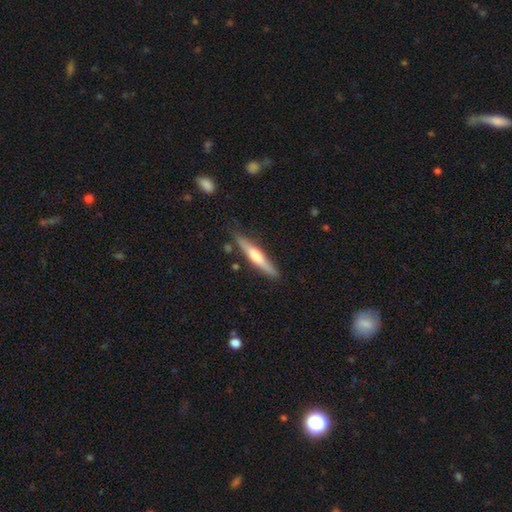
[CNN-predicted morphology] type=featured or disk (52%); edge-on=yes (95%); merging=none (82%).